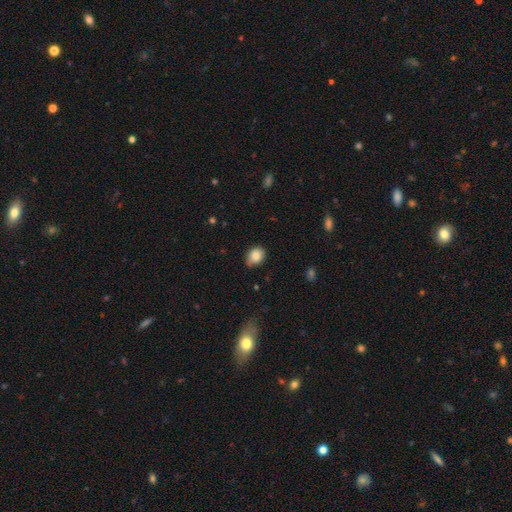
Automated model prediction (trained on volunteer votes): A smooth galaxy with no disk features (82%) that is in between round and cigar-shaped (55%). Merging: none (70%).